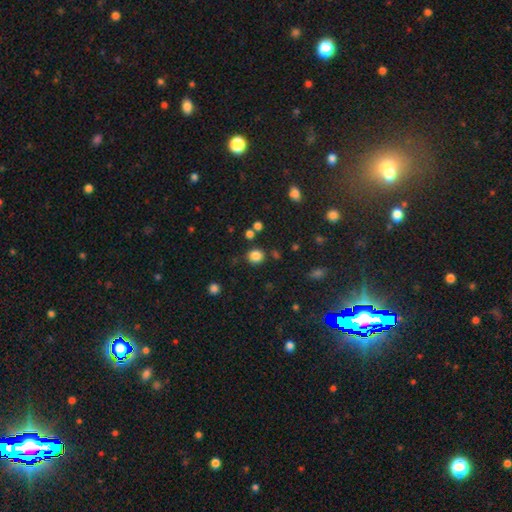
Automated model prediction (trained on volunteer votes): This is clearly a smooth galaxy (83%). How rounded: clearly round (87%). Merging: clearly none (85%).